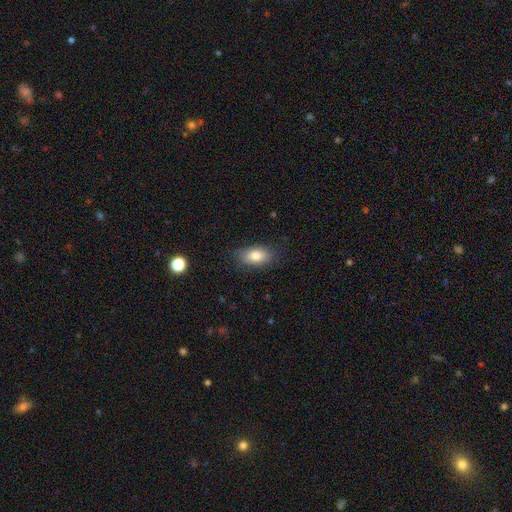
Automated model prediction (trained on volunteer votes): This appears to be a smooth galaxy with no disk features (81%) that is in between round and cigar-shaped (89%). Merging: none (81%).